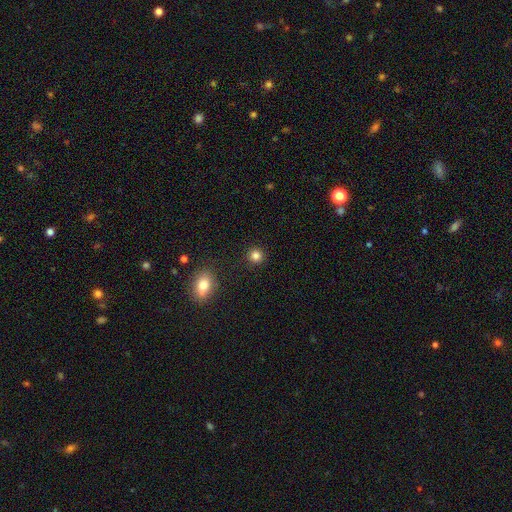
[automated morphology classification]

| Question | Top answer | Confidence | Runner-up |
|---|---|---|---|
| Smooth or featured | smooth | 83% | star or artifact (13%) |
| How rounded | round | 93% | in between (6%) |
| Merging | none | 91% | minor disturbance (5%) |